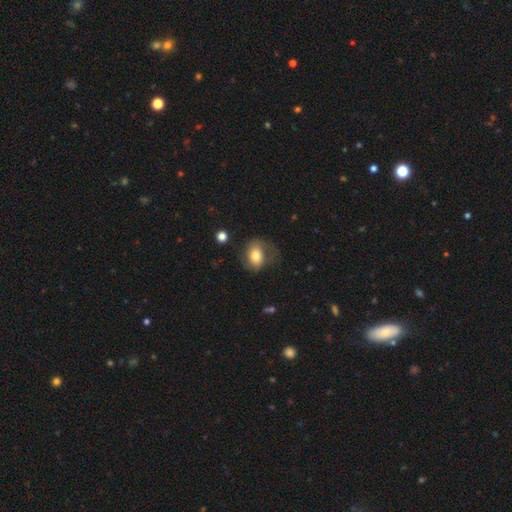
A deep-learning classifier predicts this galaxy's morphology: A smooth galaxy with no disk features (65%) that is in between round and cigar-shaped (65%).

Vote fractions:
- Smooth or featured? smooth: 65% / featured or disk: 27% / star or artifact: 8%
- How rounded? in between: 65% / round: 34% / cigar-shaped: 1%
- Merging? none: 52% / minor disturbance: 24% / major disturbance: 21% / merger: 2%